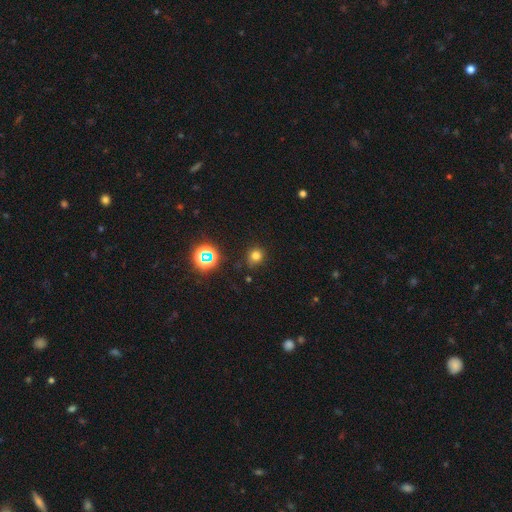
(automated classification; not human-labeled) smooth_or_featured: smooth (p=0.73) [alt: star or artifact p=0.21]
how_rounded: round (p=0.84) [alt: in between p=0.15]
merging: none (p=0.79) [alt: minor disturbance p=0.15]